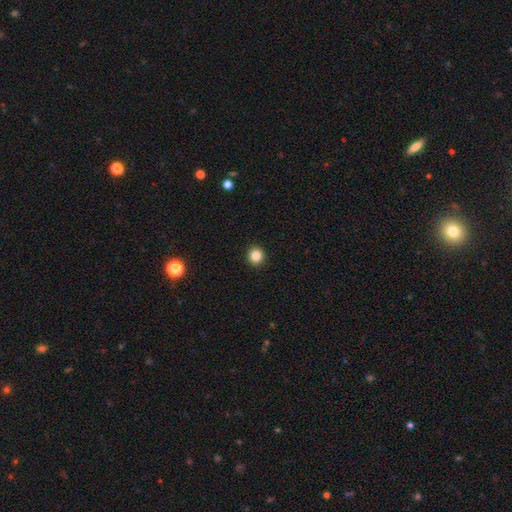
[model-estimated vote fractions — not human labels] Morphology: type=smooth (84%); roundness=round (91%); merging=none (93%).